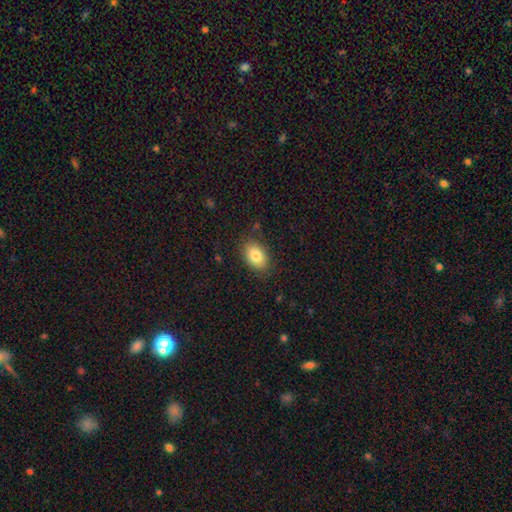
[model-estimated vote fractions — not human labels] smooth-or-featured: smooth: 82% | featured or disk: 10% | star or artifact: 8%
  how-rounded: in between: 84% | round: 15% | cigar-shaped: 1%
  merging: none: 83% | minor disturbance: 12% | major disturbance: 3% | merger: 1%